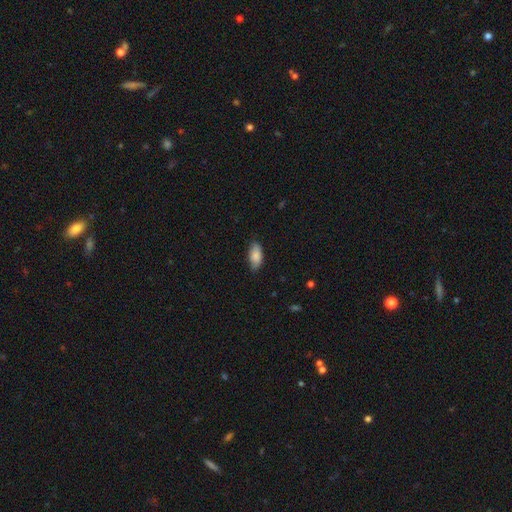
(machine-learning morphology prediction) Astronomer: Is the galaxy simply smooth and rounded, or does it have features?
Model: smooth — 85%.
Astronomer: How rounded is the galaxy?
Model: in between — 90%.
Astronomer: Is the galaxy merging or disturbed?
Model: none — 77%.